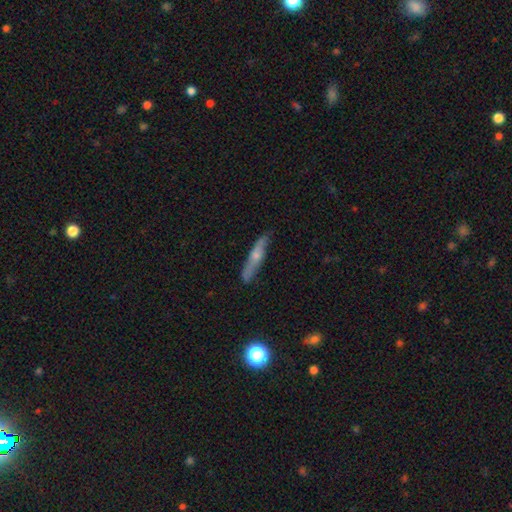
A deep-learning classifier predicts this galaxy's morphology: Smooth or featured?
  - featured or disk: 49% *
  - smooth: 44%
  - star or artifact: 7%
Merging?
  - none: 82% *
  - minor disturbance: 14%
  - major disturbance: 3%
  - merger: 2%